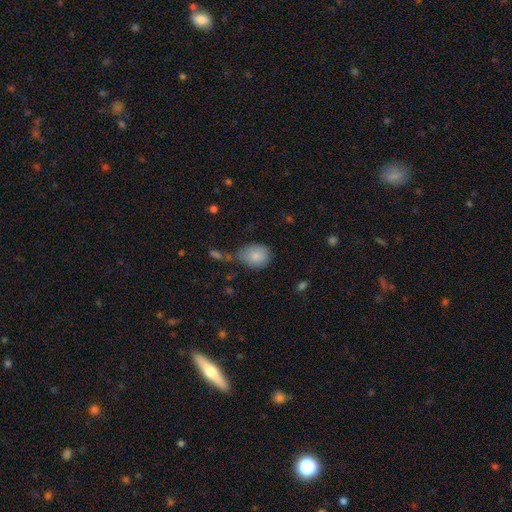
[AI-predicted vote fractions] Smooth or featured?
  - smooth: 84% *
  - featured or disk: 8%
  - star or artifact: 8%
How rounded?
  - in between: 56% *
  - round: 42%
  - cigar-shaped: 1%
Merging?
  - none: 50% *
  - minor disturbance: 31%
  - major disturbance: 10%
  - merger: 9%